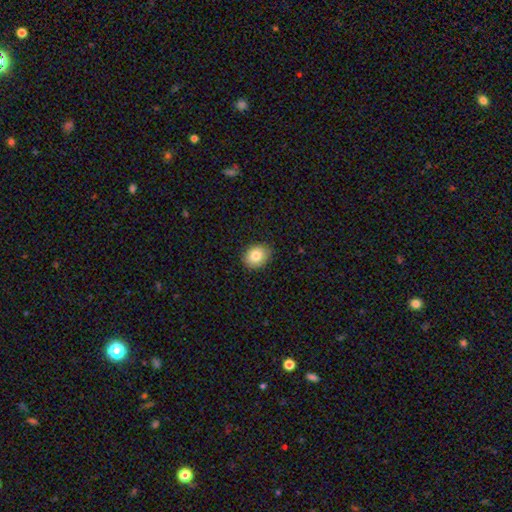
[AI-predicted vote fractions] Smooth or featured?
  - smooth: 84% *
  - star or artifact: 9%
  - featured or disk: 8%
How rounded?
  - round: 52% *
  - in between: 47%
  - cigar-shaped: 1%
Merging?
  - none: 87% *
  - minor disturbance: 10%
  - major disturbance: 2%
  - merger: 1%